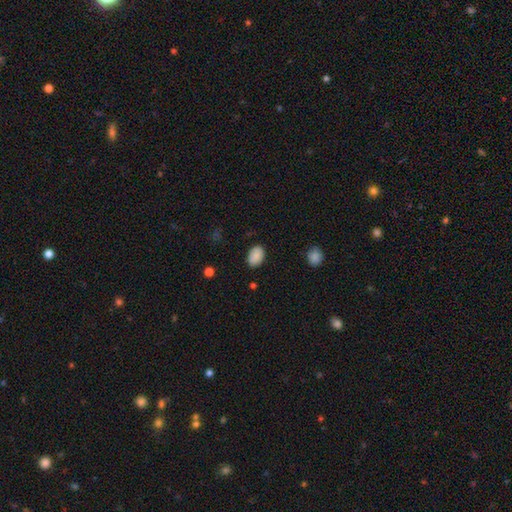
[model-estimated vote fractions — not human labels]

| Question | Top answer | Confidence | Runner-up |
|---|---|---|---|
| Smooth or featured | smooth | 89% | star or artifact (7%) |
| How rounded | in between | 86% | round (12%) |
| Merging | none | 85% | minor disturbance (11%) |